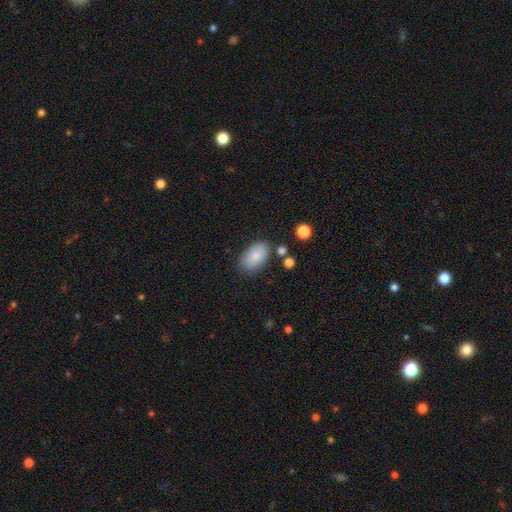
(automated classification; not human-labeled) This appears to be a smooth galaxy with no disk features (85%) that is in between round and cigar-shaped (92%). Merging: none (74%).